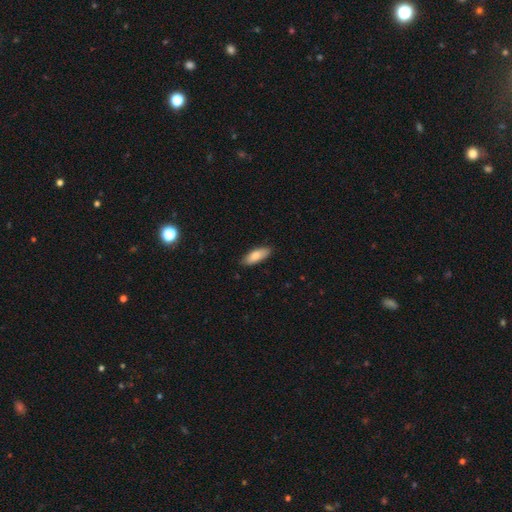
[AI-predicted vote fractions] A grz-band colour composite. It shows a smooth galaxy with no disk features (82%) that is in between round and cigar-shaped (68%). Merging: none (87%).